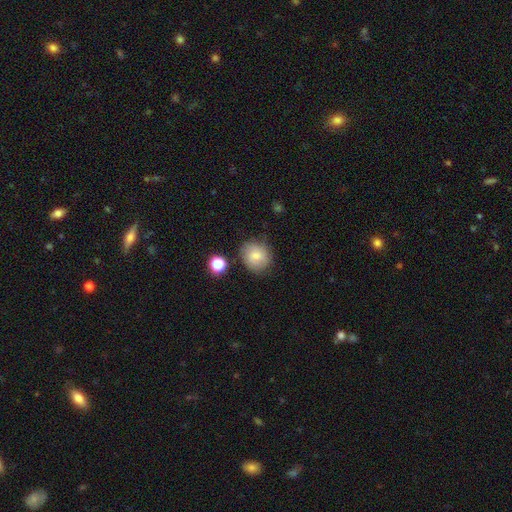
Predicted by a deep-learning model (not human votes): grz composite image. It shows a smooth galaxy with no disk features (76%) that is round (81%). Merging: none (75%).